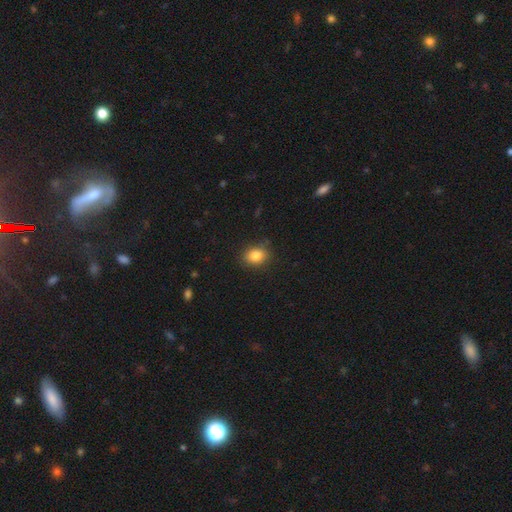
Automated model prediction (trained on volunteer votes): Q: Smooth or featured?
A: smooth (84%); runner-up: star or artifact (10%)
Q: How rounded?
A: in between (54%); runner-up: round (45%)
Q: Merging?
A: none (85%); runner-up: minor disturbance (11%)